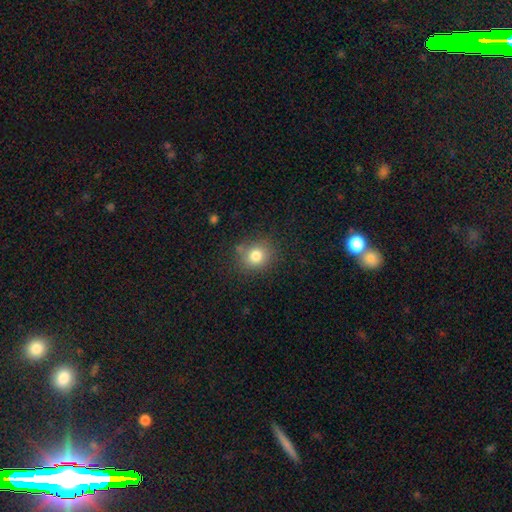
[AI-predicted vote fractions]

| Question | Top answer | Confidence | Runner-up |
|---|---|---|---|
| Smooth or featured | smooth | 79% | star or artifact (12%) |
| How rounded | round | 77% | in between (22%) |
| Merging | none | 81% | minor disturbance (12%) |